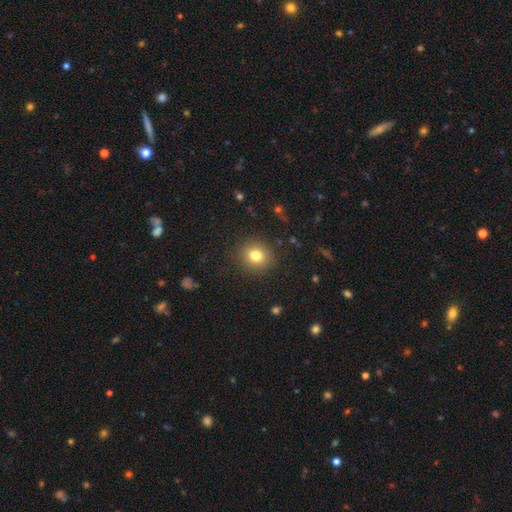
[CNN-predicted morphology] smooth_or_featured: smooth (p=0.79) [alt: star or artifact p=0.12]
how_rounded: round (p=0.85) [alt: in between p=0.14]
merging: none (p=0.89) [alt: minor disturbance p=0.07]